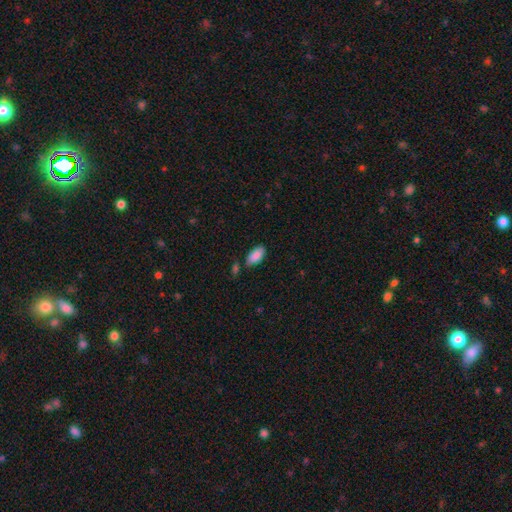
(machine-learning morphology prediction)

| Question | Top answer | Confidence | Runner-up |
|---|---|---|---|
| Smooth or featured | smooth | 89% | star or artifact (7%) |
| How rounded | in between | 92% | cigar-shaped (7%) |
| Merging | none | 72% | minor disturbance (16%) |